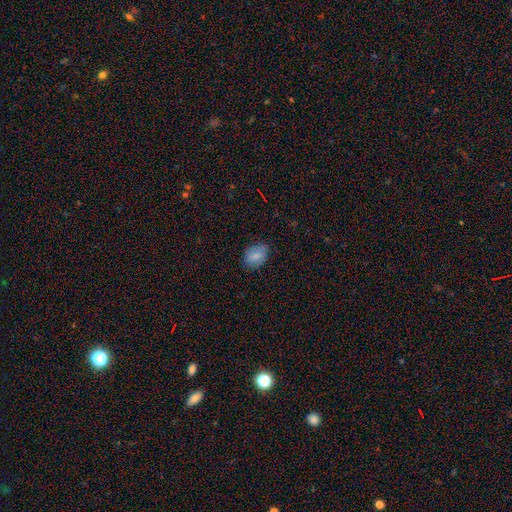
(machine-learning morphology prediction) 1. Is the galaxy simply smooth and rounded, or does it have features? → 80% smooth, 11% featured or disk, 8% star or artifact.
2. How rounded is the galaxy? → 76% in between, 23% round, 1% cigar-shaped.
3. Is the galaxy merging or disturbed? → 80% none, 15% minor disturbance, 3% major disturbance, 1% merger.